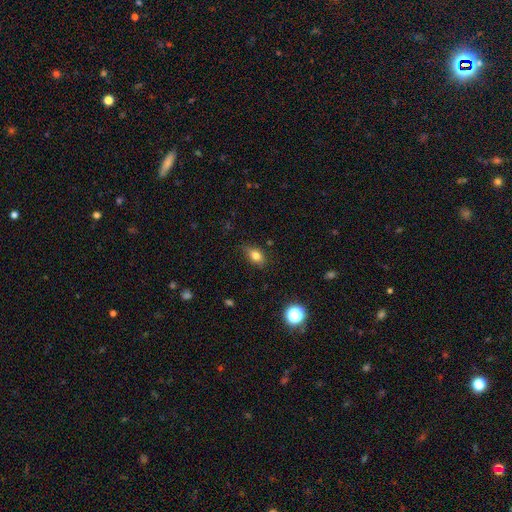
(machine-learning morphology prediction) Smooth or featured: smooth — 79% (star or artifact — 11%)
How rounded: in between — 80% (round — 16%)
Merging: none — 76% (minor disturbance — 19%)